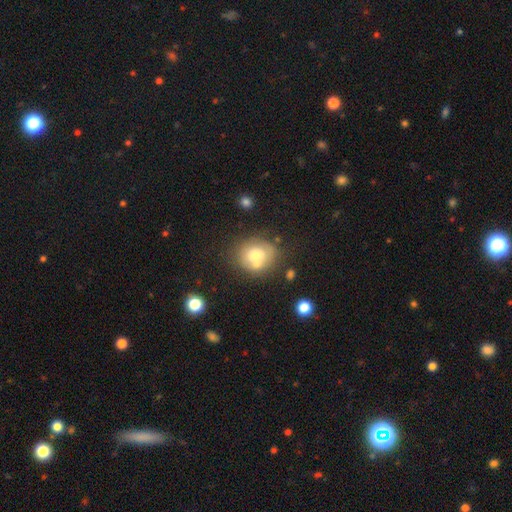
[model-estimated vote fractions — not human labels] smooth 66%, featured or disk 24%, star or artifact 10%. Down the decision tree: how rounded — round (64%); merging — none (48%).